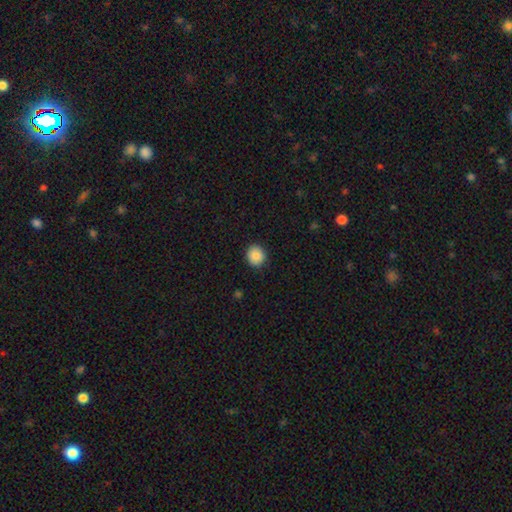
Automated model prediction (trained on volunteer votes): Smooth or featured: smooth — 88% (star or artifact — 8%)
How rounded: round — 85% (in between — 14%)
Merging: none — 90% (minor disturbance — 7%)